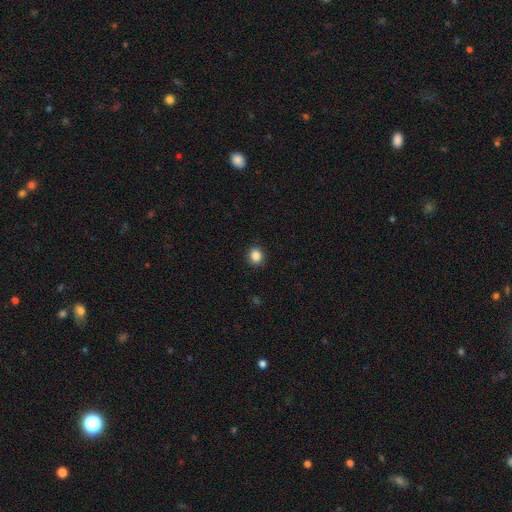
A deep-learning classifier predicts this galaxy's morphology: Smooth or featured: smooth — 86% (star or artifact — 10%)
How rounded: round — 79% (in between — 20%)
Merging: none — 91% (minor disturbance — 6%)